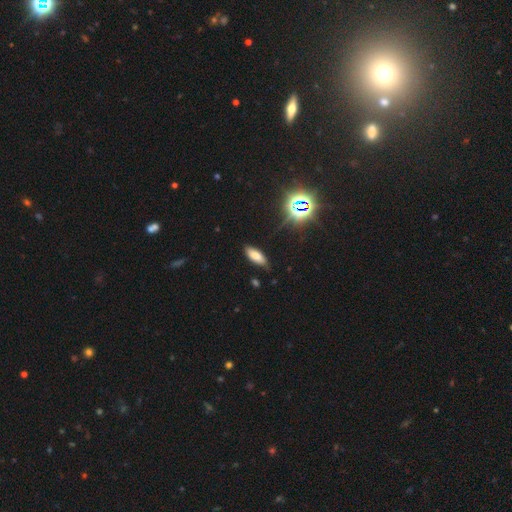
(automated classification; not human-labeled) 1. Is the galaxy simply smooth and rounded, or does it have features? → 74% smooth, 15% star or artifact, 12% featured or disk.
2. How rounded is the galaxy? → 78% in between, 20% cigar-shaped, 2% round.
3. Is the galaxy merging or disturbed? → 81% none, 15% minor disturbance, 3% major disturbance, 1% merger.